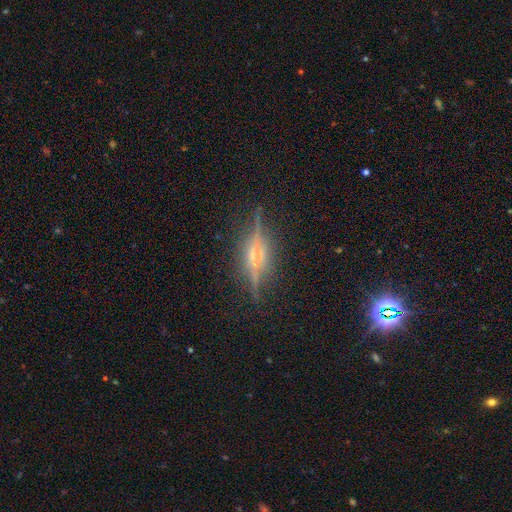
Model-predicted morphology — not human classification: Smooth or featured: featured or disk — 81% (star or artifact — 10%)
Edge-on disk: yes — 95% (no — 5%)
Edge-on bulge: rounded — 82% (boxy — 13%)
Merging: none — 84% (minor disturbance — 11%)